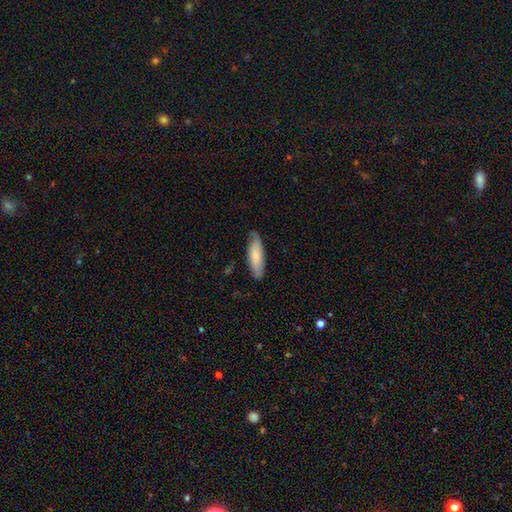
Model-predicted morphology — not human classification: Smooth or featured?
  - smooth: 69% *
  - featured or disk: 25%
  - star or artifact: 5%
How rounded?
  - in between: 53% *
  - cigar-shaped: 45%
  - round: 2%
Merging?
  - none: 74% *
  - minor disturbance: 21%
  - major disturbance: 4%
  - merger: 1%